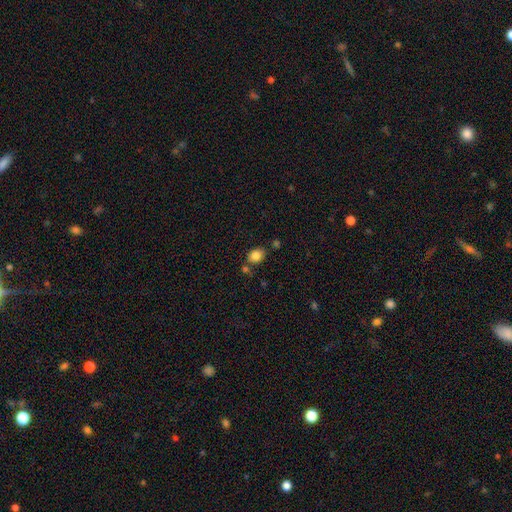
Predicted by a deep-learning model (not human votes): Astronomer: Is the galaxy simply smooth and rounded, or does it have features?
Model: smooth — 84%.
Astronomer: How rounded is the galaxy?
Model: in between — 62%.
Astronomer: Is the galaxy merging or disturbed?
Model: none — 70%.